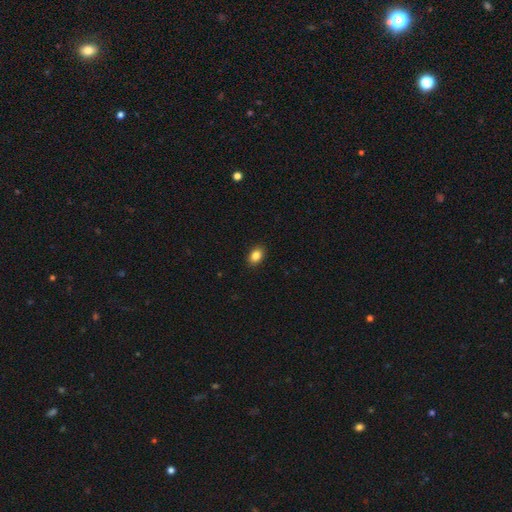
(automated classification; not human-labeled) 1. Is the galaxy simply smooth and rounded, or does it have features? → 86% smooth, 9% star or artifact, 5% featured or disk.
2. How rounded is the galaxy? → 77% in between, 22% round, 1% cigar-shaped.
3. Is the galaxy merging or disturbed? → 90% none, 7% minor disturbance, 2% major disturbance, 1% merger.